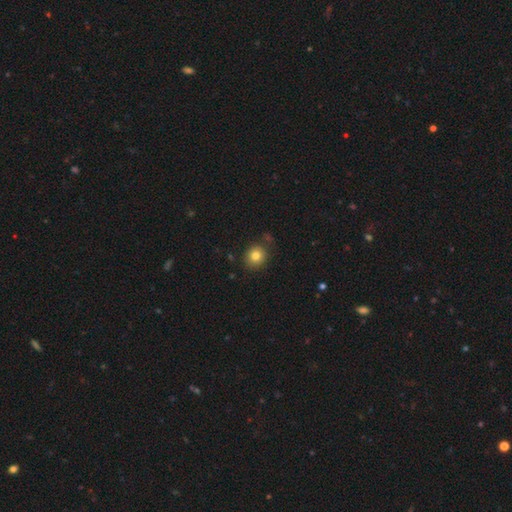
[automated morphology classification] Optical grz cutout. It shows a smooth galaxy with no disk features (80%) that is round (82%). Merging: none (83%).